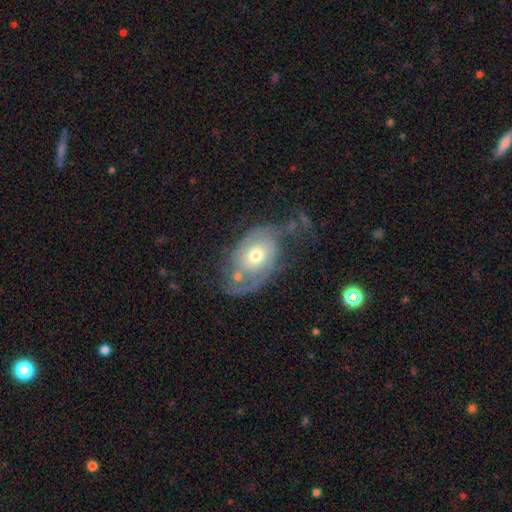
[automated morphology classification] This appears to be a featured or disk galaxy (68%) with no bar (77%), 2 (61%) medium (37%) spiral arms (77%) and a moderate central bulge (65%). Merging: none (38%).